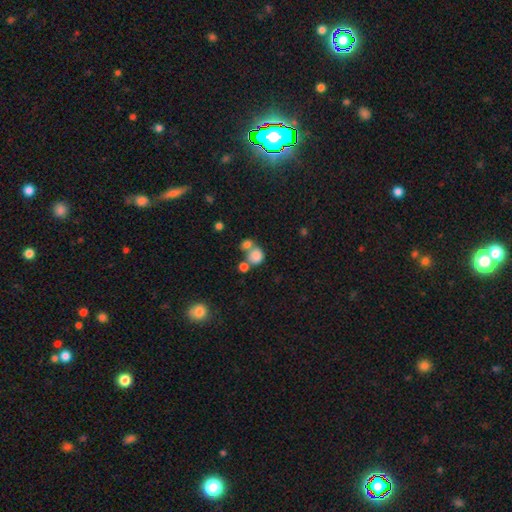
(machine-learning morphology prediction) A smooth galaxy with no disk features (80%) that is round (76%). Merging: merger (45%).